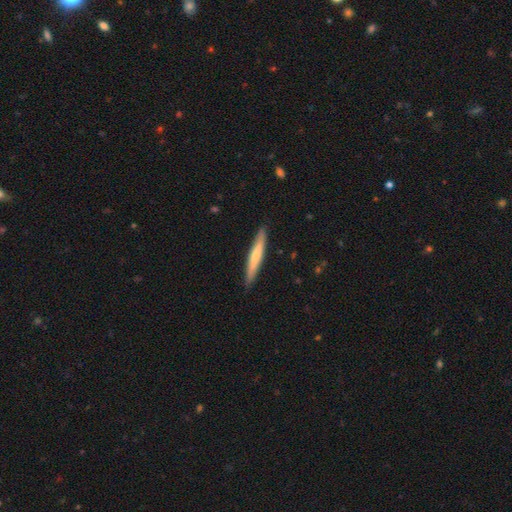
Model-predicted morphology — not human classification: Q: Smooth or featured?
A: smooth (58%); runner-up: featured or disk (37%)
Q: How rounded?
A: cigar-shaped (95%); runner-up: in between (4%)
Q: Merging?
A: none (90%); runner-up: minor disturbance (8%)